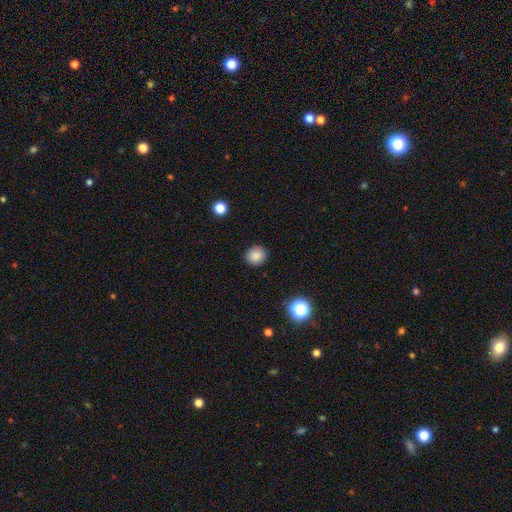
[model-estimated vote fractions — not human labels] smooth_or_featured: smooth (p=0.86) [alt: star or artifact p=0.11]
how_rounded: round (p=0.88) [alt: in between p=0.11]
merging: none (p=0.90) [alt: minor disturbance p=0.07]